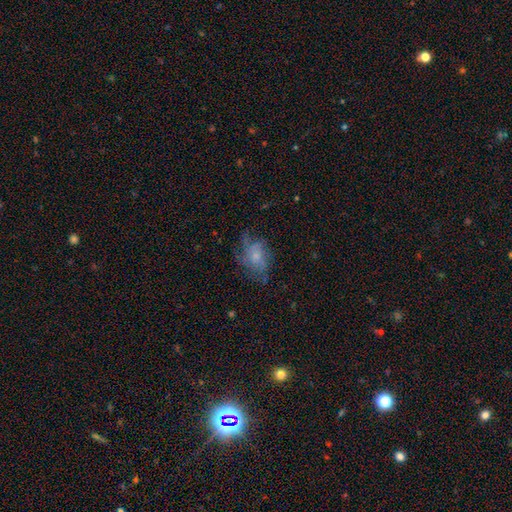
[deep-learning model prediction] smooth-or-featured: featured or disk: 51% | smooth: 37% | star or artifact: 12%
  disk-edge-on: no: 96% | yes: 4%
  merging: none: 55% | minor disturbance: 24% | major disturbance: 19% | merger: 2%